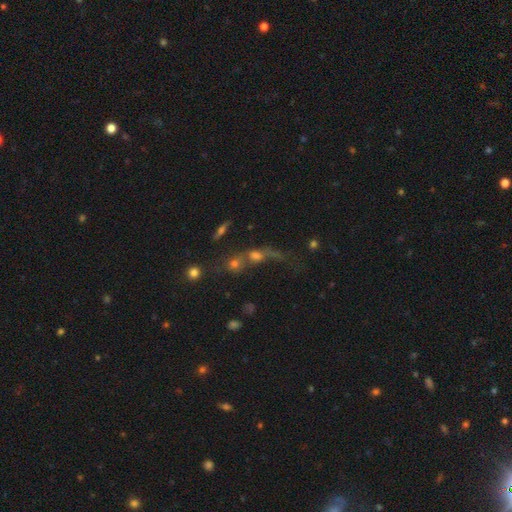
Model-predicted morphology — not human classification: star or artifact 39%, featured or disk 31%, smooth 30%.